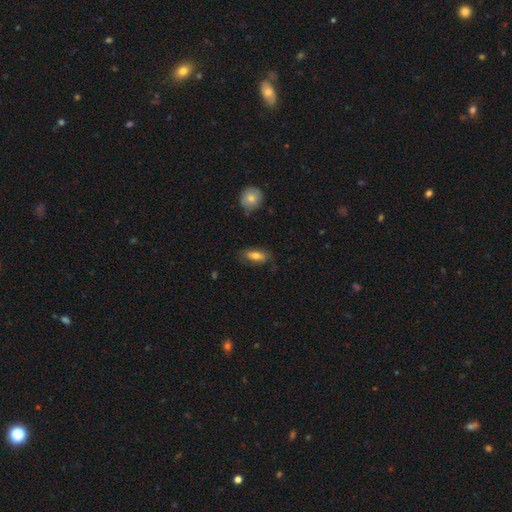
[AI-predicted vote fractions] The model was most divided on "merging": none: 73%, minor disturbance: 20%, major disturbance: 5%, merger: 2%. More confident: how rounded — in between (79%); smooth or featured — smooth (73%).